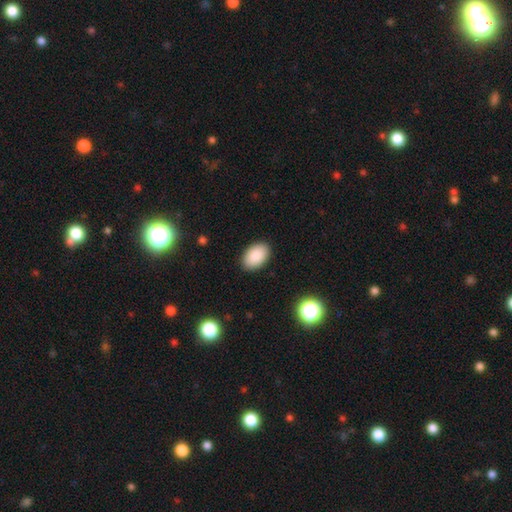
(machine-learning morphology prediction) Smooth or featured?
  - smooth: 89% *
  - star or artifact: 7%
  - featured or disk: 4%
How rounded?
  - in between: 91% *
  - round: 8%
  - cigar-shaped: 1%
Merging?
  - none: 89% *
  - minor disturbance: 8%
  - major disturbance: 2%
  - merger: 1%